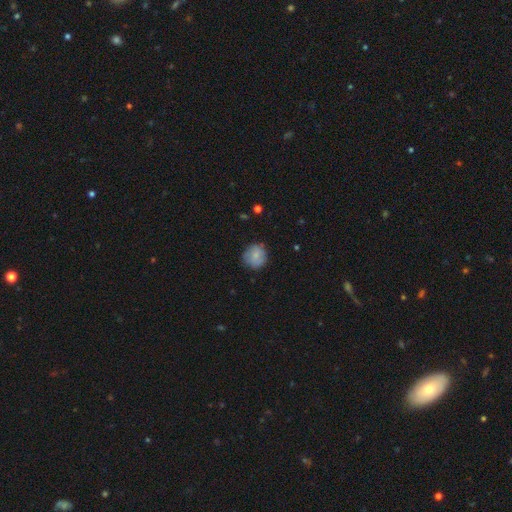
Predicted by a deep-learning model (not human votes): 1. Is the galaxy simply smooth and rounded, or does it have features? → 79% smooth, 13% featured or disk, 8% star or artifact.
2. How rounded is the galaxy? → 87% round, 12% in between, 1% cigar-shaped.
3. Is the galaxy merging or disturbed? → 79% none, 16% minor disturbance, 4% major disturbance, 1% merger.